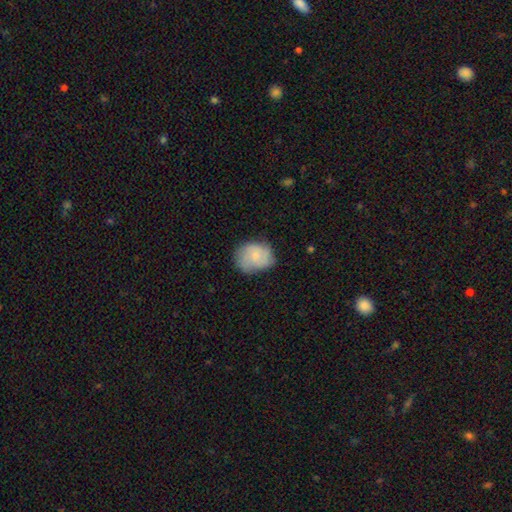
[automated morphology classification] A smooth galaxy with no disk features (62%) that is round (58%). Merging: none (62%).